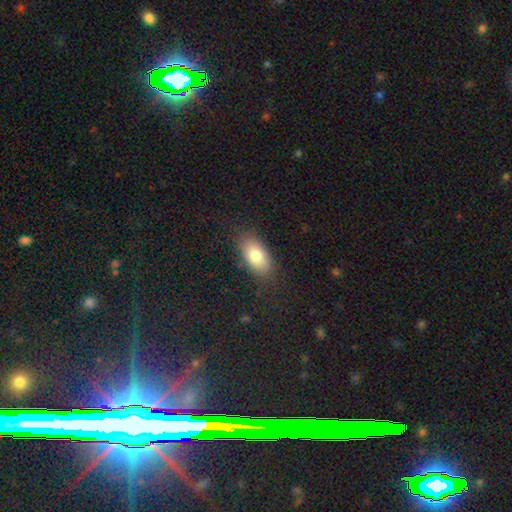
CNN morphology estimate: The model was most divided on "smooth or featured": smooth: 79%, featured or disk: 14%, star or artifact: 8%. More confident: how rounded — in between (91%); merging — none (81%).